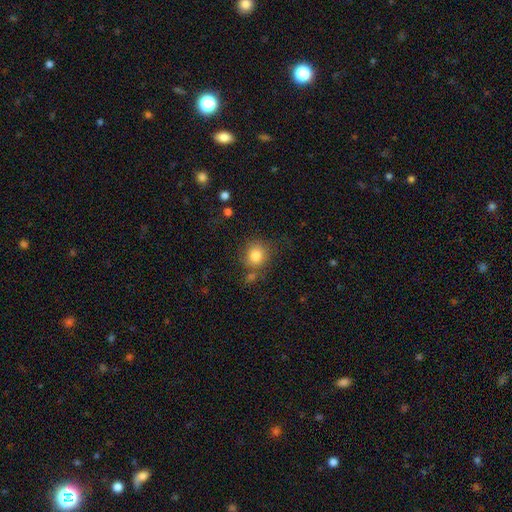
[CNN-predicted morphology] smooth 82%, star or artifact 10%, featured or disk 8%. Down the decision tree: how rounded — round (85%); merging — none (69%).